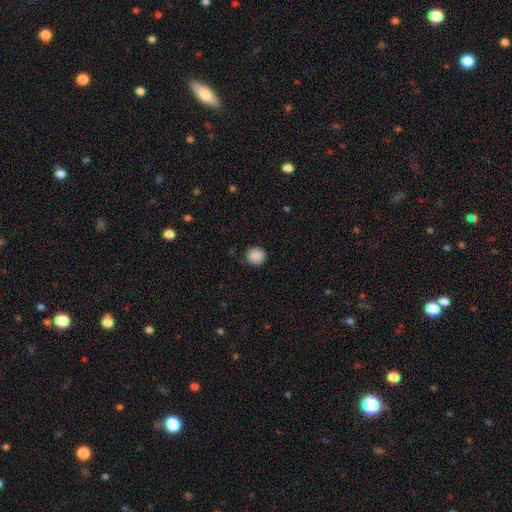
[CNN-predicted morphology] A smooth galaxy with no disk features (89%) that is round (91%).

Vote fractions:
- Smooth or featured? smooth: 89% / star or artifact: 9% / featured or disk: 2%
- How rounded? round: 91% / in between: 8% / cigar-shaped: 1%
- Merging? none: 89% / minor disturbance: 8% / major disturbance: 2% / merger: 1%